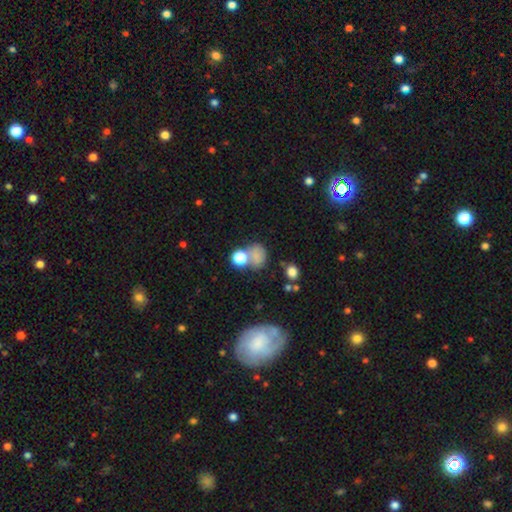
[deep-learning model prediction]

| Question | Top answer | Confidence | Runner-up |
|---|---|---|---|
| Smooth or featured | smooth | 69% | star or artifact (18%) |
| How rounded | round | 65% | in between (34%) |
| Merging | none | 43% | merger (27%) |